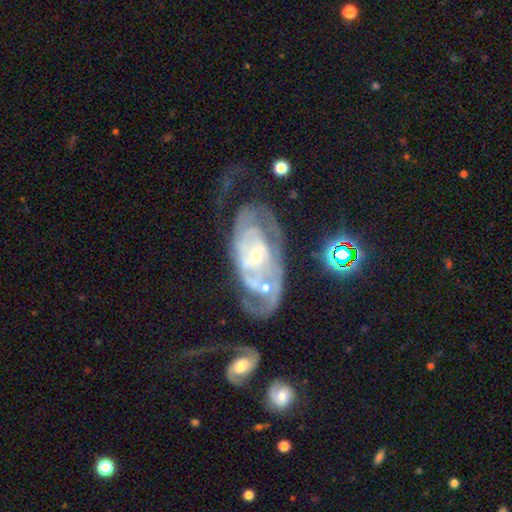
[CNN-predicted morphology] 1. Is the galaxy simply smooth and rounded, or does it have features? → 85% featured or disk, 9% smooth, 7% star or artifact.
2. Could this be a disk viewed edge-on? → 96% no, 4% yes.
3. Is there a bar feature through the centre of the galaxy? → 69% no, 22% weak, 9% strong.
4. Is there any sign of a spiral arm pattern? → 88% yes, 12% no.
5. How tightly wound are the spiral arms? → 55% tight, 32% medium, 13% loose.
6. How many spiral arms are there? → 39% 2, 33% can't tell, 10% 3, 8% 1, 5% 4, 4% more than 4.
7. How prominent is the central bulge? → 69% small, 26% moderate, 2% large, 2% none, 1% dominant.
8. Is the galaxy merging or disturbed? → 30% none, 29% major disturbance, 24% merger, 17% minor disturbance.